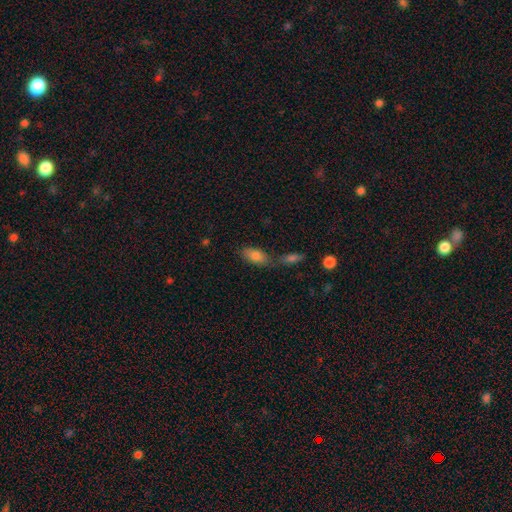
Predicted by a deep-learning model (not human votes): This appears to be a smooth galaxy with no disk features (80%) that is in between round and cigar-shaped (89%). Merging: none (53%).